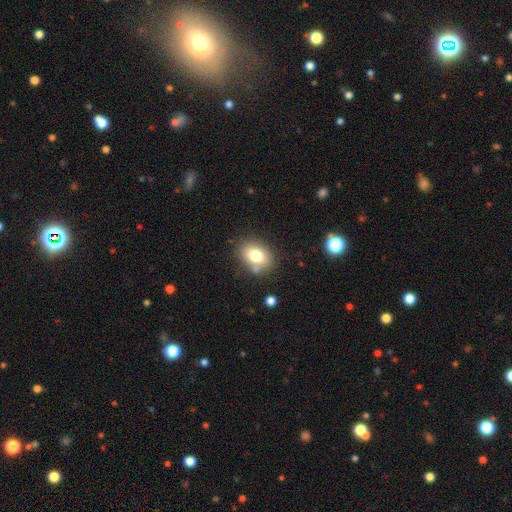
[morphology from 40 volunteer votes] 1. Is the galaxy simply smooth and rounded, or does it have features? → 85% smooth, 10% featured or disk, 5% star or artifact.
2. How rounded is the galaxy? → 74% in between, 26% round, 0% cigar-shaped.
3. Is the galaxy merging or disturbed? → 61% none, 34% minor disturbance, 3% major disturbance, 3% merger.